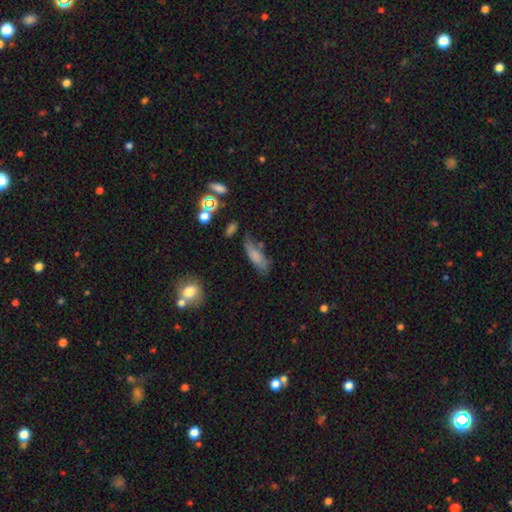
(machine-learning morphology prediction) type=smooth (74%); roundness=in between (52%); merging=none (51%).